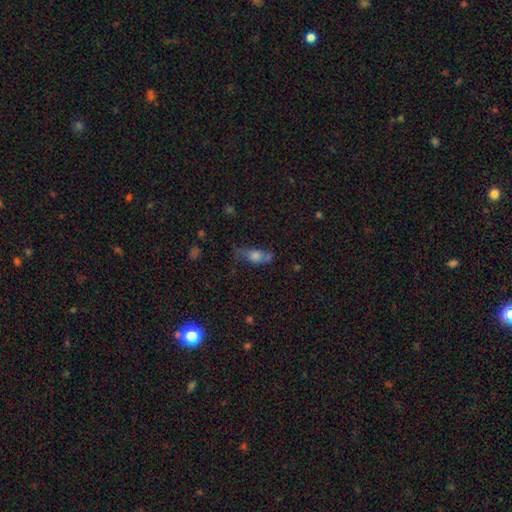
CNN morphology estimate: The model was most divided on "merging": none: 44%, minor disturbance: 26%, major disturbance: 19%, merger: 11%. More confident: how rounded — in between (69%); smooth or featured — smooth (57%).